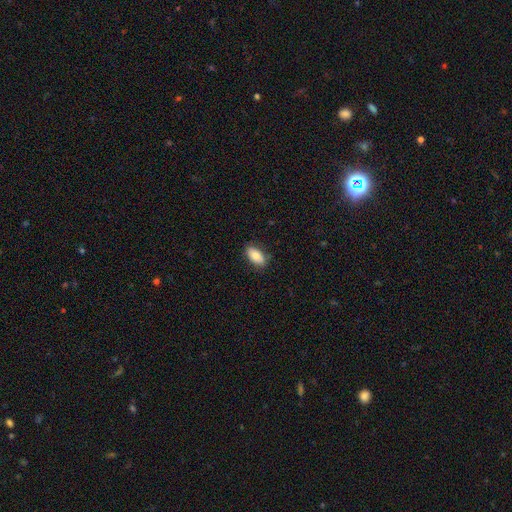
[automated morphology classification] A smooth galaxy with no disk features (81%) that is in between round and cigar-shaped (93%).

Vote fractions:
- Smooth or featured? smooth: 81% / featured or disk: 12% / star or artifact: 7%
- How rounded? in between: 93% / round: 4% / cigar-shaped: 4%
- Merging? none: 83% / minor disturbance: 13% / major disturbance: 3% / merger: 1%